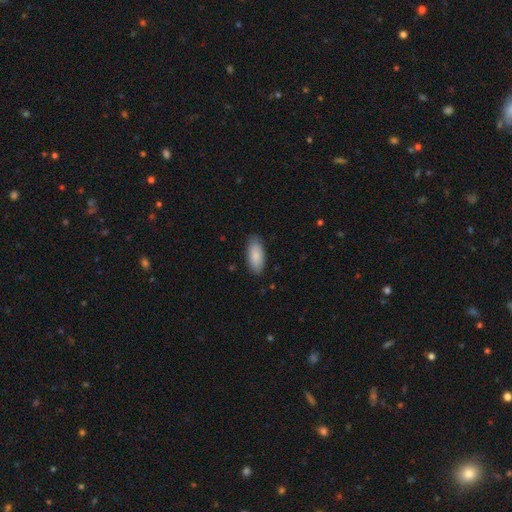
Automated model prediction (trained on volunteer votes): Smooth or featured? smooth (86%)
How rounded? in between (88%)
Merging? none (84%)